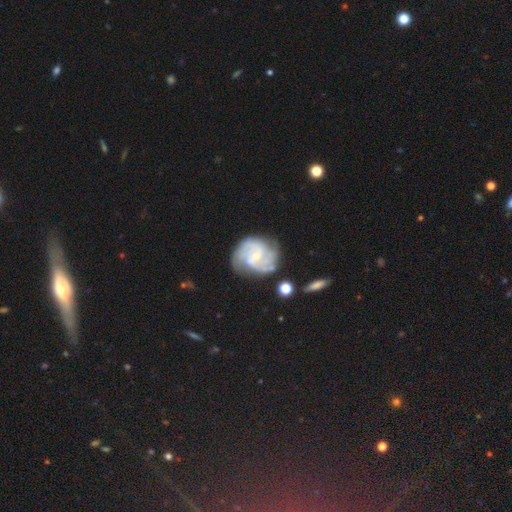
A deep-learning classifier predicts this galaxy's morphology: type=featured or disk (84%); edge-on=no (98%); bar=no (54%); spiral arms=yes (95%); winding=tight (48%); arm count=2 (37%); bulge=small (67%); merging=none (66%).